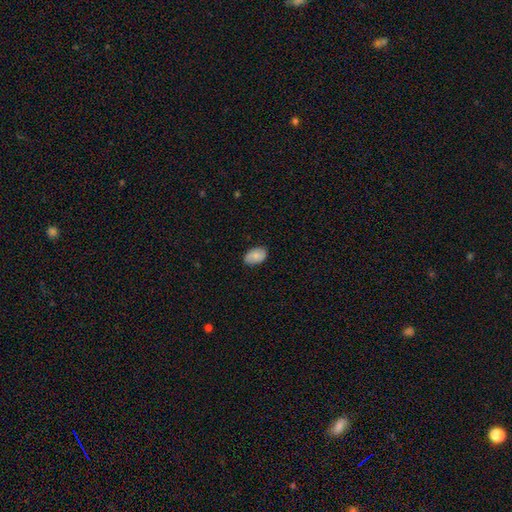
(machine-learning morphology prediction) smooth 80%, featured or disk 13%, star or artifact 7%. Down the decision tree: how rounded — in between (91%); merging — none (84%).